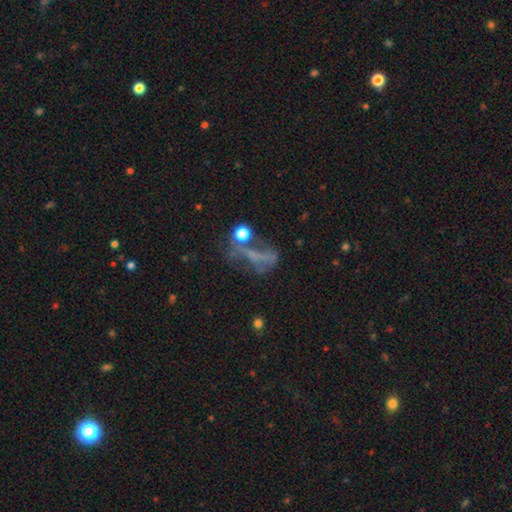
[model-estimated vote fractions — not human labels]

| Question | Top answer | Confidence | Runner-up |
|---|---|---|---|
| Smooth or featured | featured or disk | 40% | star or artifact (33%) |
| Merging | major disturbance | 34% | none (32%) |